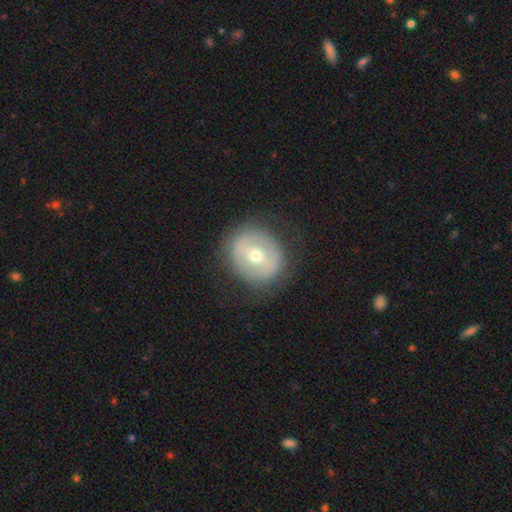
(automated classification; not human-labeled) A featured or disk galaxy (54%) with no bar (44%), no spiral arms (79%) and a moderate central bulge (63%).

Vote fractions:
- Smooth or featured? featured or disk: 54% / smooth: 39% / star or artifact: 7%
- Edge-on disk? no: 95% / yes: 5%
- Bar? no: 44% / weak: 34% / strong: 22%
- Spiral arms? no: 79% / yes: 21%
- Bulge size? moderate: 63% / small: 32% / large: 3% / dominant: 1% / none: 1%
- Merging? none: 82% / minor disturbance: 11% / major disturbance: 6% / merger: 1%